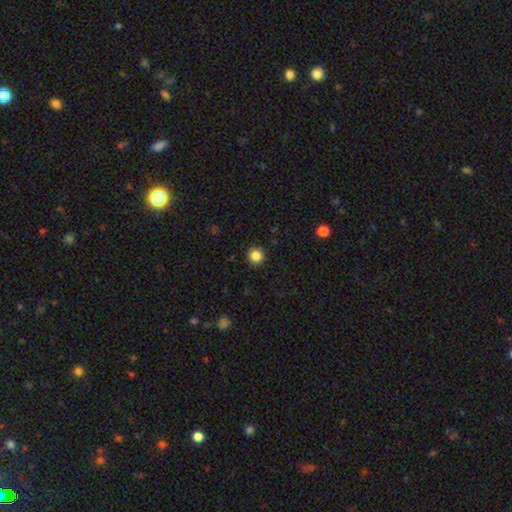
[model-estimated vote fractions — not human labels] Morphology: type=smooth (85%); roundness=round (95%); merging=none (93%).